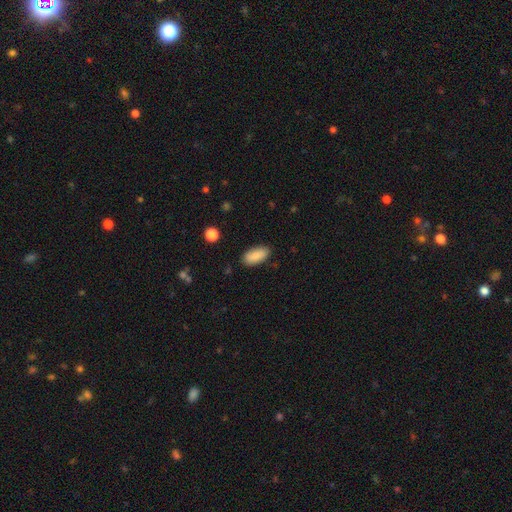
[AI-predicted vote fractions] Smooth or featured?
  - smooth: 87% *
  - featured or disk: 7%
  - star or artifact: 7%
How rounded?
  - in between: 89% *
  - cigar-shaped: 8%
  - round: 2%
Merging?
  - none: 86% *
  - minor disturbance: 11%
  - major disturbance: 2%
  - merger: 1%